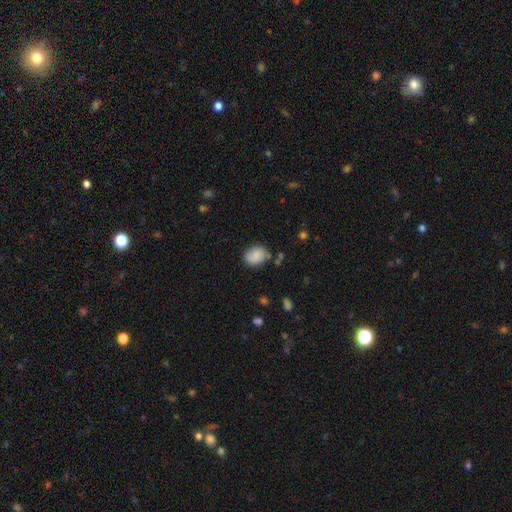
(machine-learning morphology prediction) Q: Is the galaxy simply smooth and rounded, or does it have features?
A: smooth — 82%.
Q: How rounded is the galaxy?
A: in between — 59%.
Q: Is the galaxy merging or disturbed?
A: none — 74%.